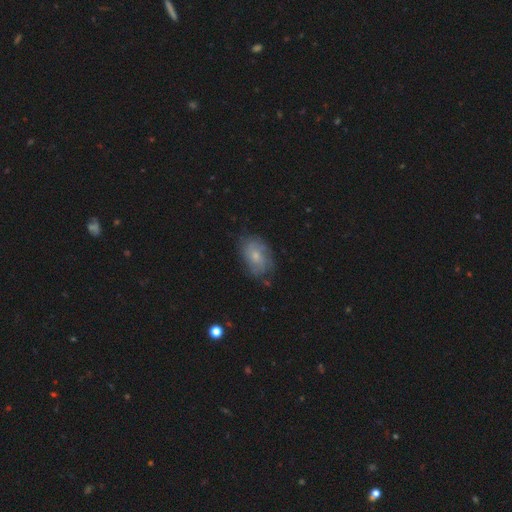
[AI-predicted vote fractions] The model was most divided on "smooth or featured": featured or disk: 47%, smooth: 45%, star or artifact: 8%. More confident: merging — none (64%).